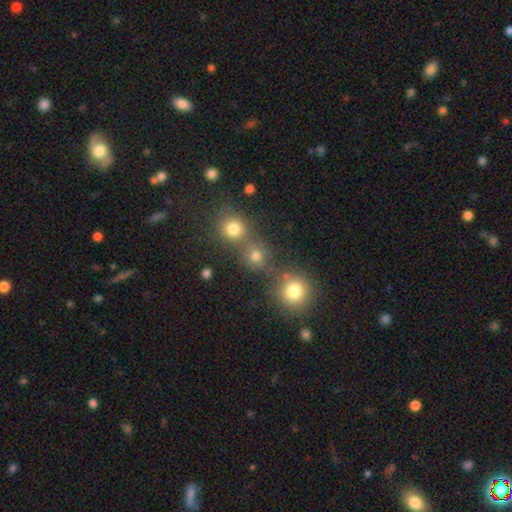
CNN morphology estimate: Smooth or featured? Predicted: smooth (p=0.76). How rounded? Predicted: round (p=0.87). Merging? Predicted: none (p=0.61).